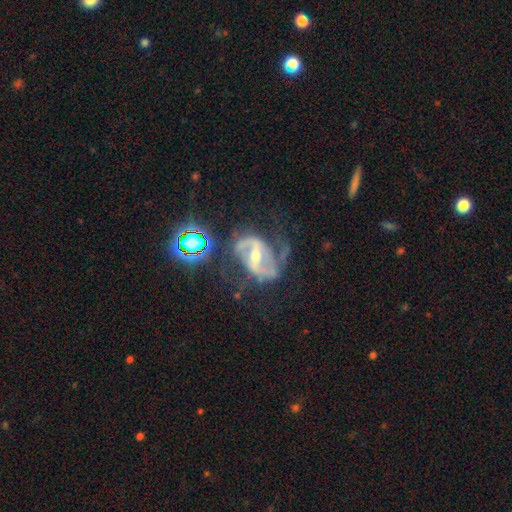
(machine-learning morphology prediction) A featured or disk galaxy (87%) with a strong bar (56%), 2 (87%) medium (49%) spiral arms (94%) and a moderate central bulge (56%).

Vote fractions:
- Smooth or featured? featured or disk: 87% / star or artifact: 8% / smooth: 5%
- Edge-on disk? no: 96% / yes: 4%
- Bar? strong: 56% / weak: 31% / no: 13%
- Spiral arms? yes: 94% / no: 6%
- Spiral winding? medium: 49% / loose: 35% / tight: 16%
- Spiral arm count? 2: 87% / can't tell: 5% / 1: 3% / 3: 2% / 4: 1% / more than 4: 1%
- Bulge size? moderate: 56% / small: 40% / large: 3% / none: 1% / dominant: 1%
- Merging? none: 53% / minor disturbance: 22% / major disturbance: 21% / merger: 4%